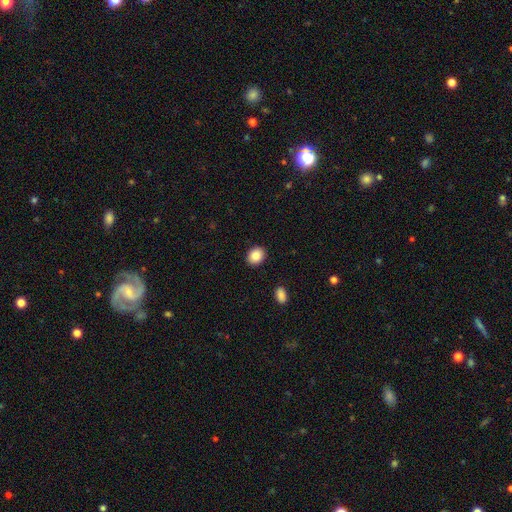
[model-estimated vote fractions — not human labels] Morphology: type=smooth (85%); roundness=round (55%); merging=none (91%).